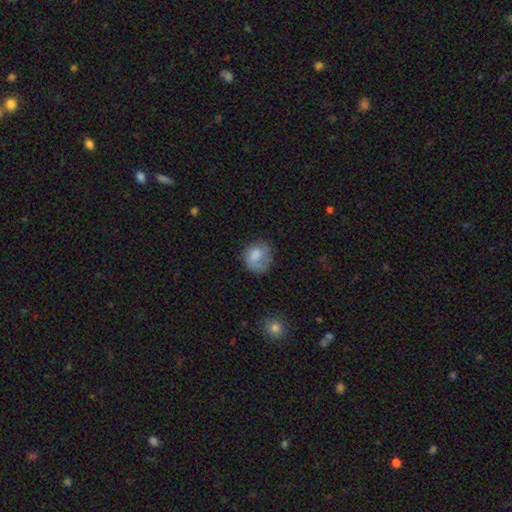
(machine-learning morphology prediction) smooth_or_featured: smooth (p=0.74) [alt: featured or disk p=0.18]
how_rounded: round (p=0.68) [alt: in between p=0.31]
merging: none (p=0.52) [alt: minor disturbance p=0.26]